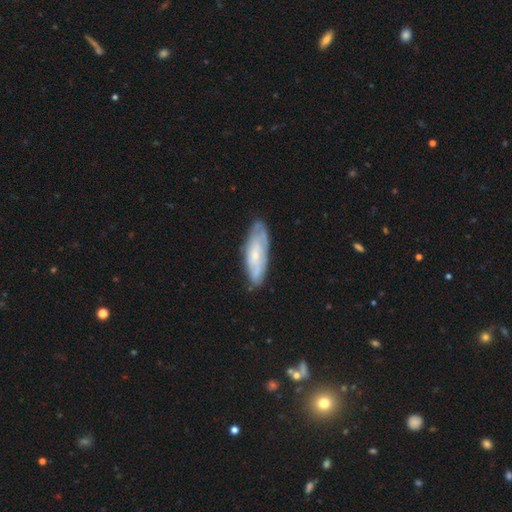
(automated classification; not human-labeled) Smooth or featured? Predicted: featured or disk (p=0.52). Edge-on disk? Predicted: no (p=0.75). Merging? Predicted: none (p=0.73).